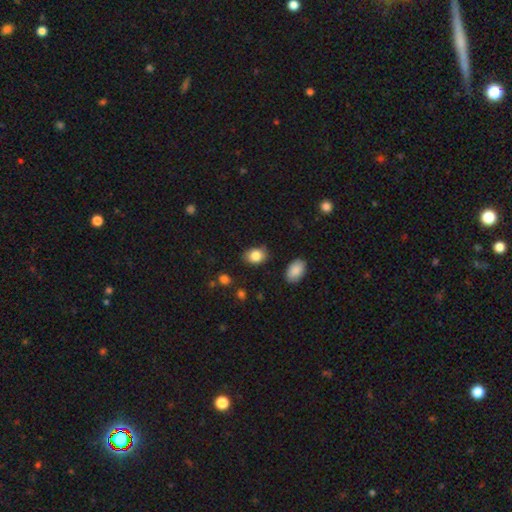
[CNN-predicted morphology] type=smooth (84%); roundness=in between (71%); merging=none (78%).